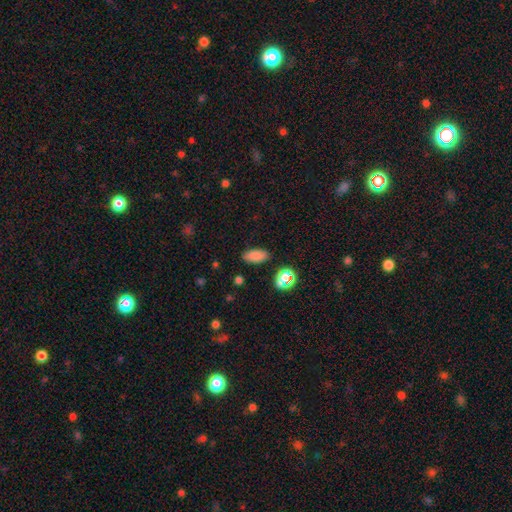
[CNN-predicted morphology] A smooth galaxy with no disk features (82%) that is in between round and cigar-shaped (88%).

Vote fractions:
- Smooth or featured? smooth: 82% / star or artifact: 12% / featured or disk: 6%
- How rounded? in between: 88% / cigar-shaped: 7% / round: 5%
- Merging? none: 85% / minor disturbance: 10% / major disturbance: 3% / merger: 2%